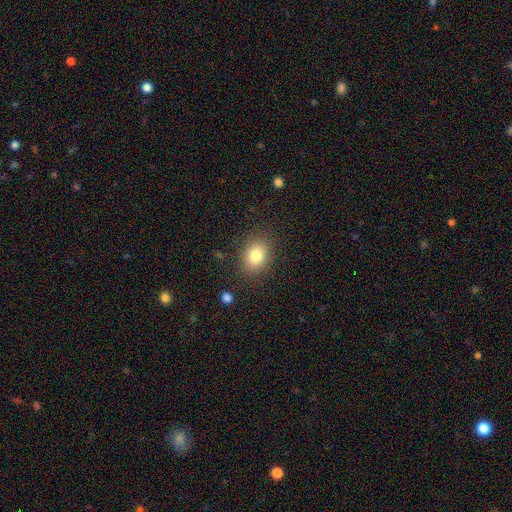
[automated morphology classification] Overall: smooth (82%). How rounded: in between (59%; round 40%). Merging: none (85%).